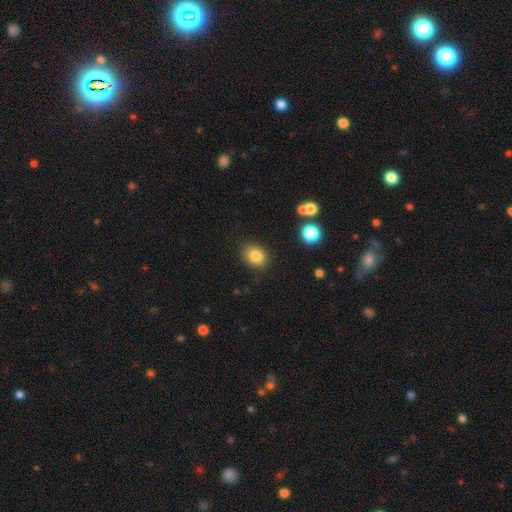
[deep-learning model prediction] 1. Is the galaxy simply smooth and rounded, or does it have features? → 82% smooth, 11% star or artifact, 7% featured or disk.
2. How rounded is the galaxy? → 56% round, 43% in between, 1% cigar-shaped.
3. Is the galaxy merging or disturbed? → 87% none, 9% minor disturbance, 2% major disturbance, 2% merger.